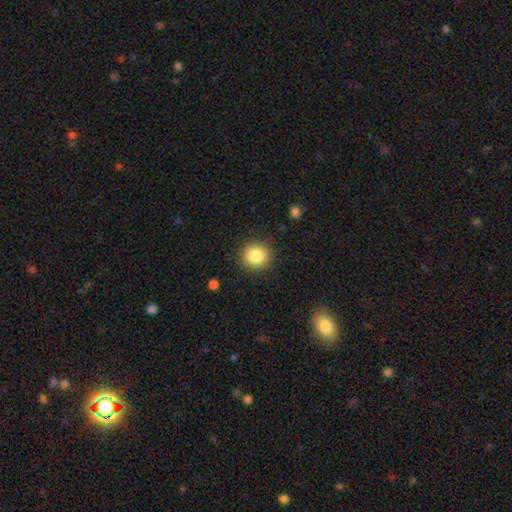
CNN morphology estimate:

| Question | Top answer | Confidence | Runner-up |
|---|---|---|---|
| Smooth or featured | smooth | 84% | star or artifact (10%) |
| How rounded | round | 89% | in between (10%) |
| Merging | none | 88% | minor disturbance (8%) |